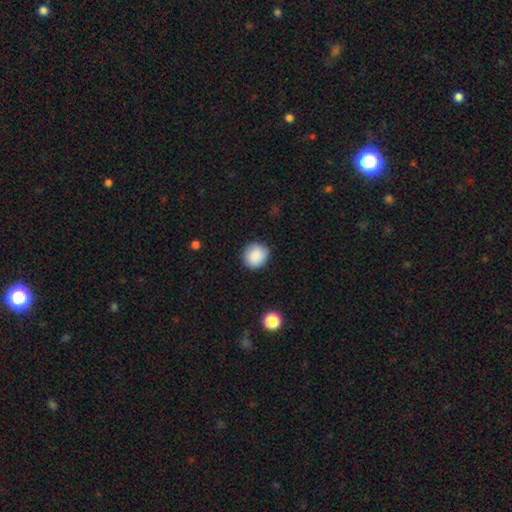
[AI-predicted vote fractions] Smooth or featured? Predicted: smooth (p=0.89). How rounded? Predicted: round (p=0.86). Merging? Predicted: none (p=0.89).